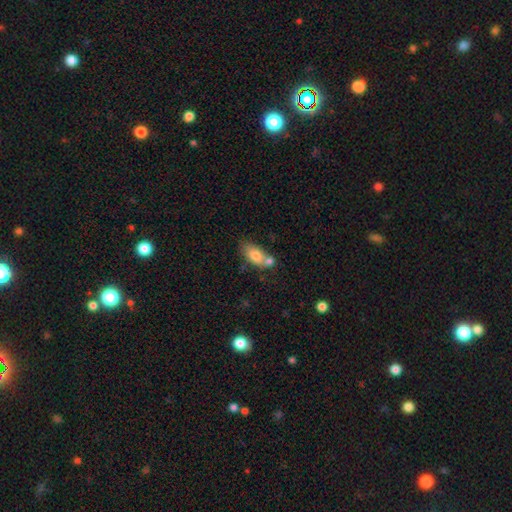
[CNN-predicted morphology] The model was most divided on "merging": none: 46%, merger: 34%, minor disturbance: 15%, major disturbance: 5%. More confident: how rounded — in between (87%); smooth or featured — smooth (76%).